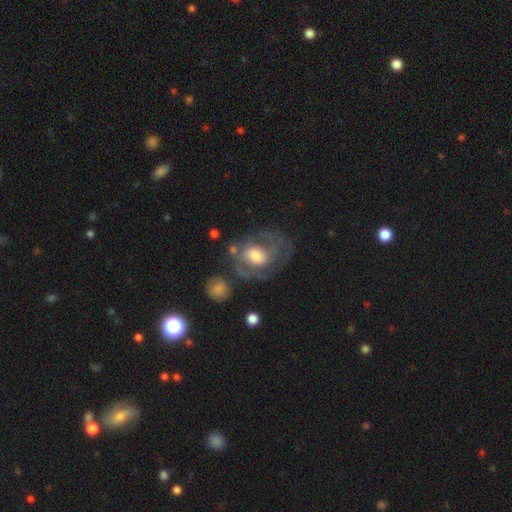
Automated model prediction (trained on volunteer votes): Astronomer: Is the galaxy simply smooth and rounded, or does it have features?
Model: featured or disk — 68%.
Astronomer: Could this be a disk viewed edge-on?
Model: no — 97%.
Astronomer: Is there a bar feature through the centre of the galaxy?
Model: no — 54% (runner-up: weak, 37%).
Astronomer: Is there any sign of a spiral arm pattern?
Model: yes — 76%.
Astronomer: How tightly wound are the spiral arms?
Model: medium — 45% (runner-up: tight, 38%).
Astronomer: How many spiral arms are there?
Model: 2 — 45% (runner-up: can't tell, 28%).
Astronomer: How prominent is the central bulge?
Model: moderate — 52% (runner-up: large, 28%).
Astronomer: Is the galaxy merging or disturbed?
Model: none — 50%.